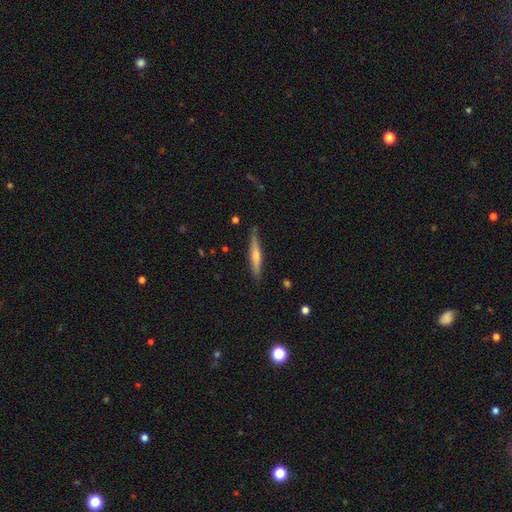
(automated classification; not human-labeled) Morphology: type=featured or disk (59%); edge-on=yes (97%); edge-on bulge=rounded (82%); merging=none (87%).